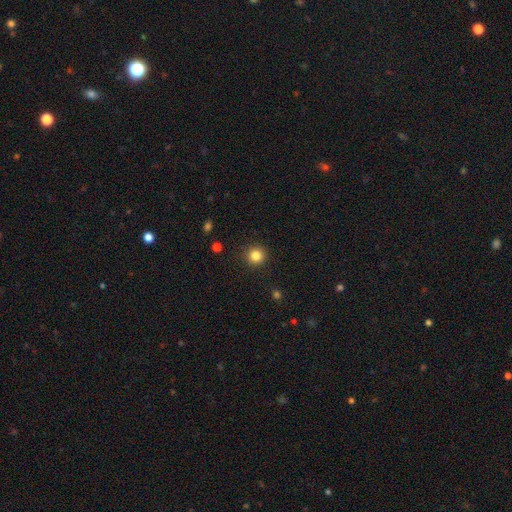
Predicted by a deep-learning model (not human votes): Smooth or featured? smooth (84%)
How rounded? round (94%)
Merging? none (92%)